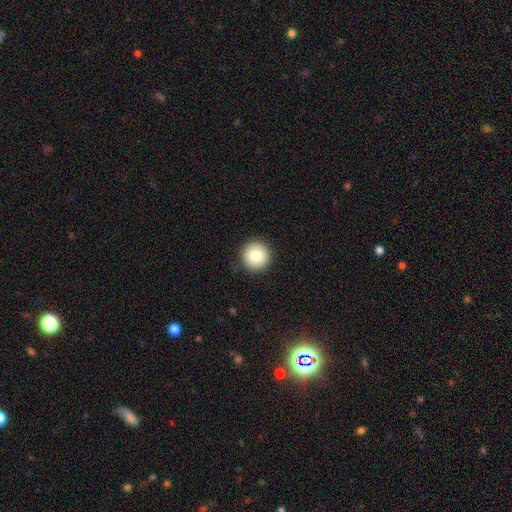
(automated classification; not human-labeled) Smooth or featured?
  - smooth: 83% *
  - star or artifact: 9%
  - featured or disk: 8%
How rounded?
  - round: 95% *
  - in between: 4%
  - cigar-shaped: 1%
Merging?
  - none: 92% *
  - minor disturbance: 6%
  - major disturbance: 2%
  - merger: 1%